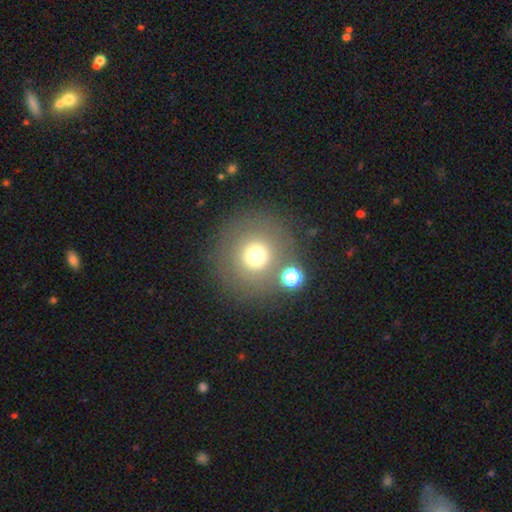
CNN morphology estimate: A smooth galaxy with no disk features (68%) that is round (93%).

Vote fractions:
- Smooth or featured? smooth: 68% / star or artifact: 17% / featured or disk: 15%
- How rounded? round: 93% / in between: 6% / cigar-shaped: 1%
- Merging? none: 78% / merger: 9% / minor disturbance: 8% / major disturbance: 5%